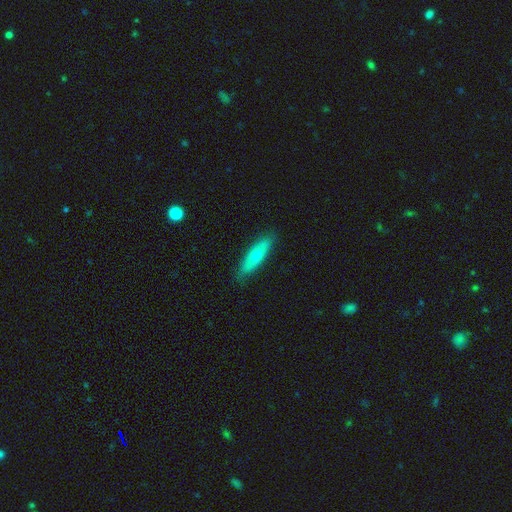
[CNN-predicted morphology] This is possibly a smooth galaxy (58%). How rounded: possibly cigar-shaped (59%). Merging: clearly none (83%).